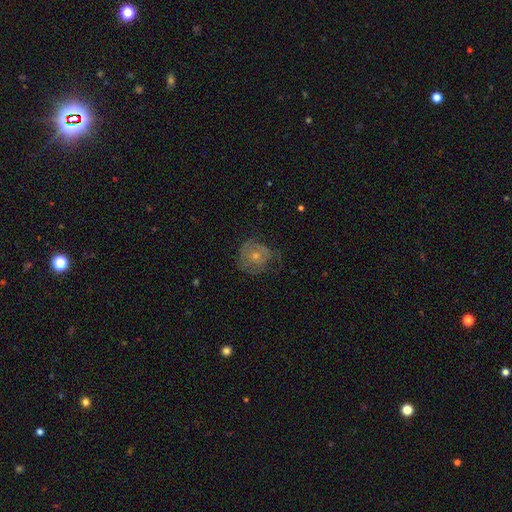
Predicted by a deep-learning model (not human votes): Q: Smooth or featured?
A: featured or disk (47%); runner-up: smooth (45%)
Q: Merging?
A: none (55%); runner-up: minor disturbance (26%)